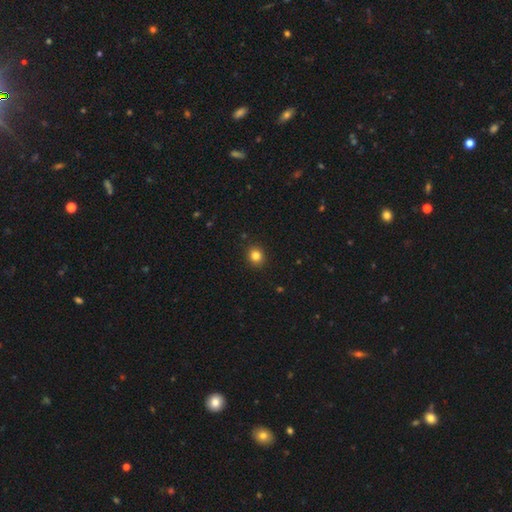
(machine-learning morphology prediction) smooth 83%, star or artifact 12%, featured or disk 5%. Down the decision tree: how rounded — round (84%); merging — none (91%).